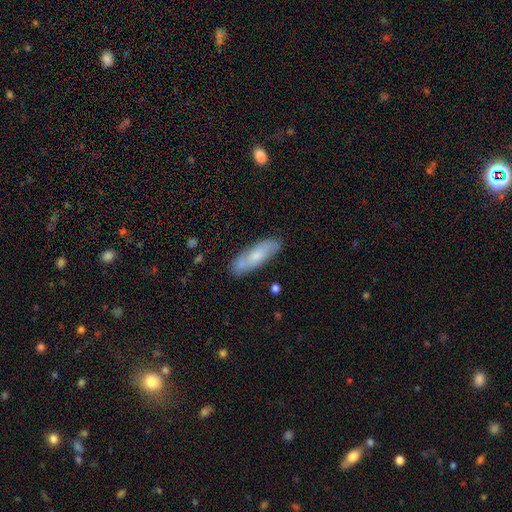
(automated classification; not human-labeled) Morphology: type=smooth (52%); roundness=in between (50%); merging=none (79%).